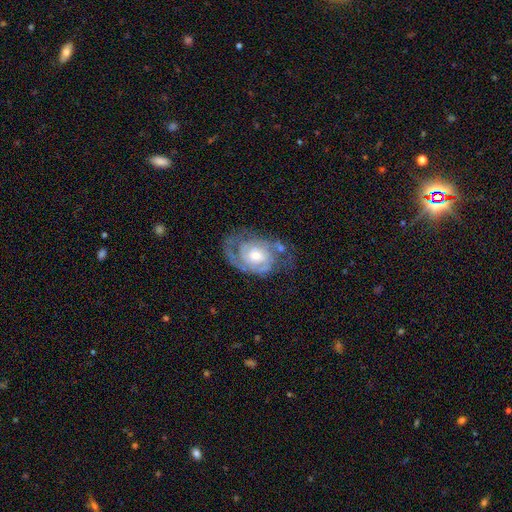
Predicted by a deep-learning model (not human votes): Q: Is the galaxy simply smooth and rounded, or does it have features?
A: featured or disk — 83%.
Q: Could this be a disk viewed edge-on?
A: no — 97%.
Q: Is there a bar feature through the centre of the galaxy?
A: no — 71%.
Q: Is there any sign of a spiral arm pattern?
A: yes — 91%.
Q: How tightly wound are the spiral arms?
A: tight — 59%.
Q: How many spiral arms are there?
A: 2 — 52%.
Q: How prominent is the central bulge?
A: moderate — 61%.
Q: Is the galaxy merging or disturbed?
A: none — 55%.